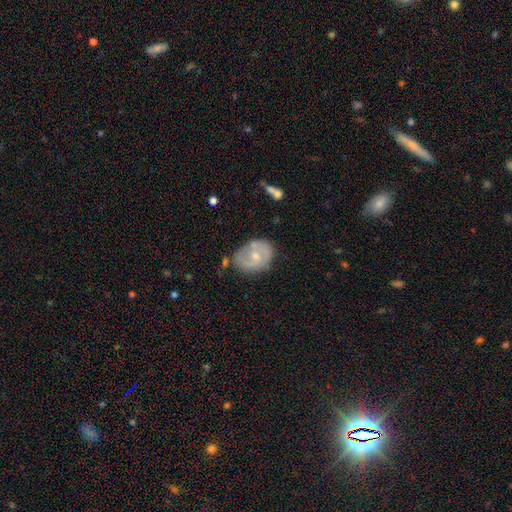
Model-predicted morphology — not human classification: Q: Smooth or featured?
A: featured or disk (59%); runner-up: smooth (34%)
Q: Edge-on disk?
A: no (96%); runner-up: yes (4%)
Q: Bar?
A: no (56%); runner-up: weak (36%)
Q: Spiral arms?
A: yes (68%); runner-up: no (32%)
Q: Bulge size?
A: small (49%); runner-up: moderate (46%)
Q: Merging?
A: none (59%); runner-up: minor disturbance (28%)